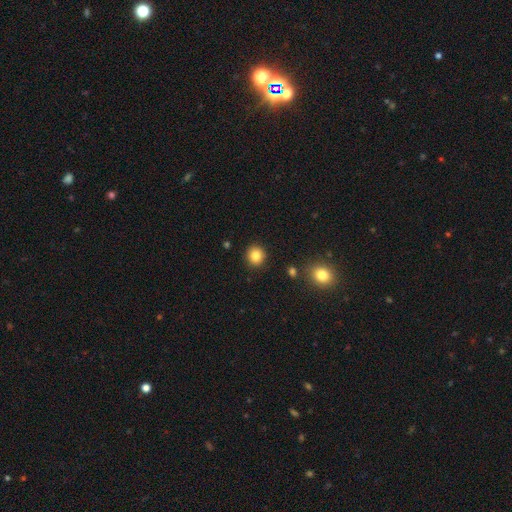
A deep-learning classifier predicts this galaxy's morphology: smooth 84%, star or artifact 10%, featured or disk 6%. Down the decision tree: how rounded — round (91%); merging — none (91%).